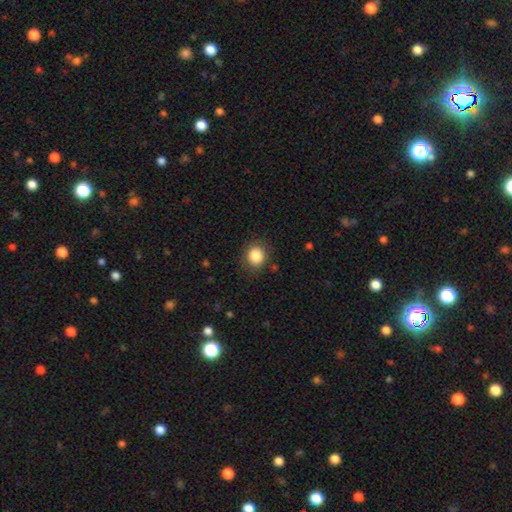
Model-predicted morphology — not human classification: This is clearly a smooth galaxy (86%). How rounded: likely round (79%). Merging: clearly none (85%).